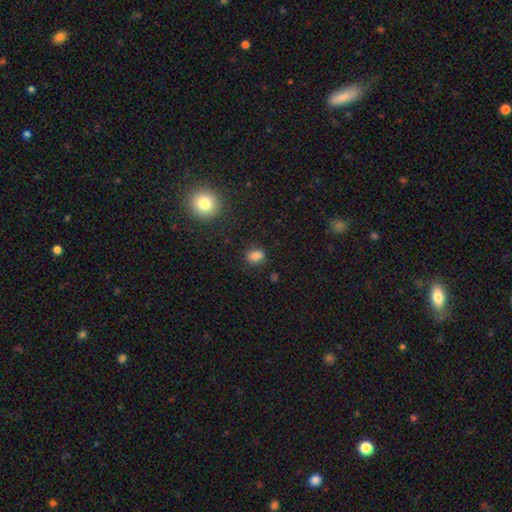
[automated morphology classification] smooth-or-featured: smooth: 83% | star or artifact: 13% | featured or disk: 5%
  how-rounded: in between: 68% | round: 30% | cigar-shaped: 2%
  merging: none: 80% | minor disturbance: 14% | major disturbance: 4% | merger: 2%